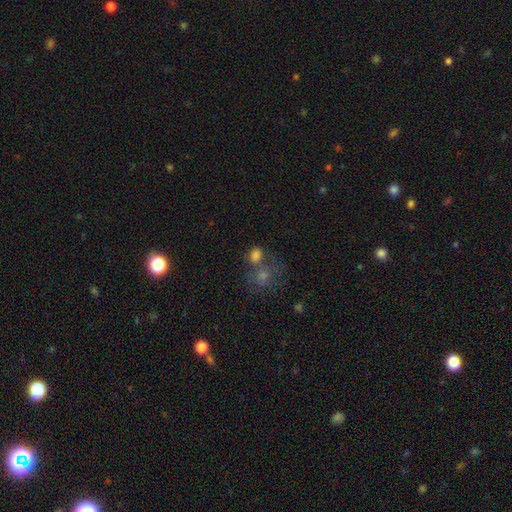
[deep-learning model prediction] The model was most divided on "merging": merger: 41%, none: 40%, minor disturbance: 12%, major disturbance: 7%. More confident: smooth or featured — smooth (77%); how rounded — in between (51%).